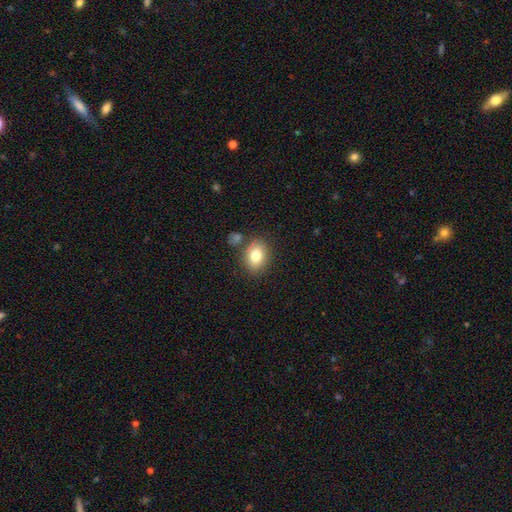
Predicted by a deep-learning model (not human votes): The model was most divided on "how rounded": in between: 62%, round: 37%, cigar-shaped: 1%. More confident: smooth or featured — smooth (80%); merging — none (75%).